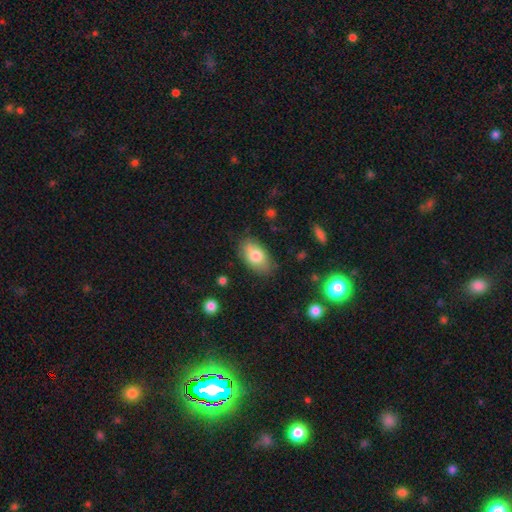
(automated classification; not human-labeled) Overall: smooth (75%). How rounded: in between (92%). Merging: none (75%).